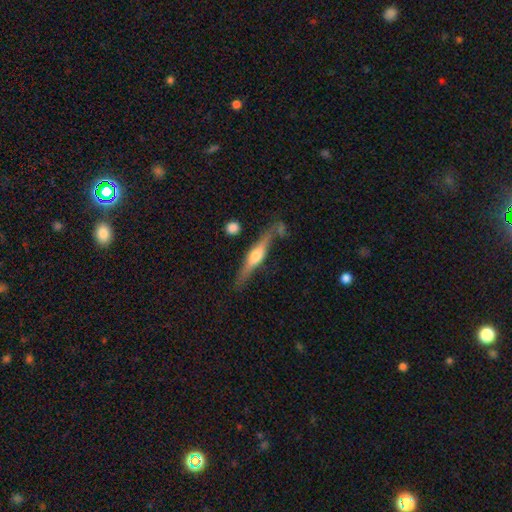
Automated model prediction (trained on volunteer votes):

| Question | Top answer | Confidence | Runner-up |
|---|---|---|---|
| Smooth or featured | featured or disk | 69% | smooth (25%) |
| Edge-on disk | yes | 95% | no (5%) |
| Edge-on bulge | rounded | 91% | boxy (6%) |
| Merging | none | 73% | minor disturbance (16%) |